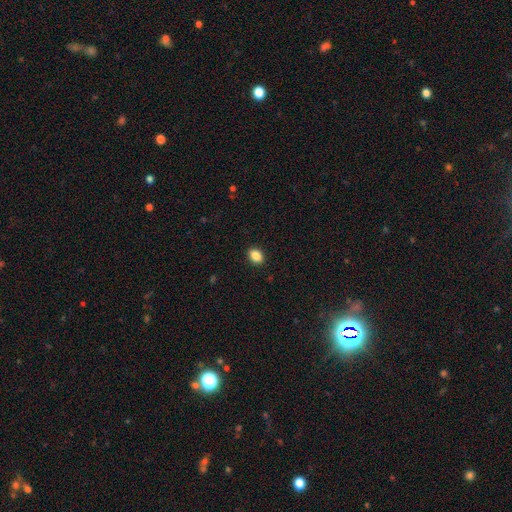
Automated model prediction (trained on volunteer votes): Overall: smooth (87%). How rounded: in between (70%). Merging: none (91%).